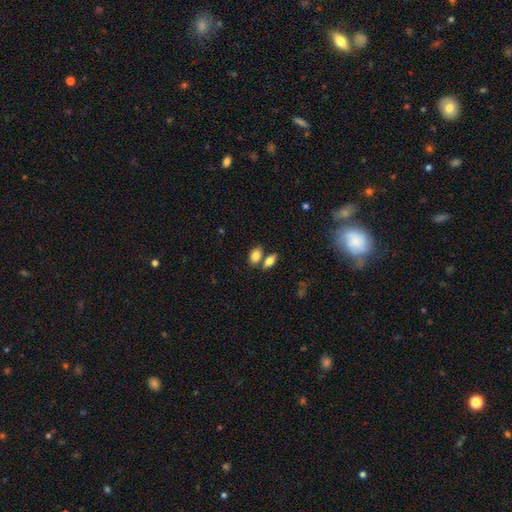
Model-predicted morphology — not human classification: type=smooth (83%); roundness=in between (88%); merging=none (56%).